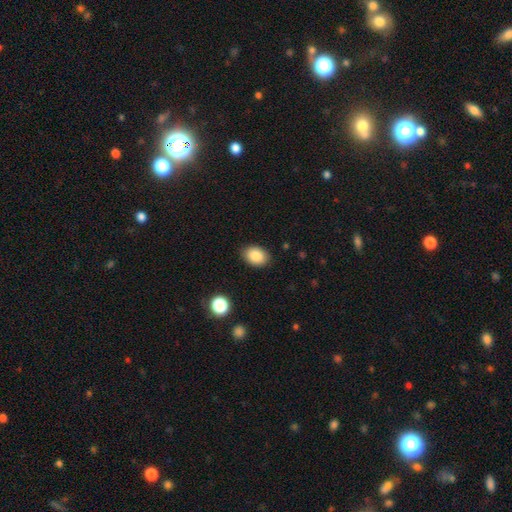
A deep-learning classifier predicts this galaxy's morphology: Smooth or featured? smooth (86%)
How rounded? in between (78%)
Merging? none (86%)